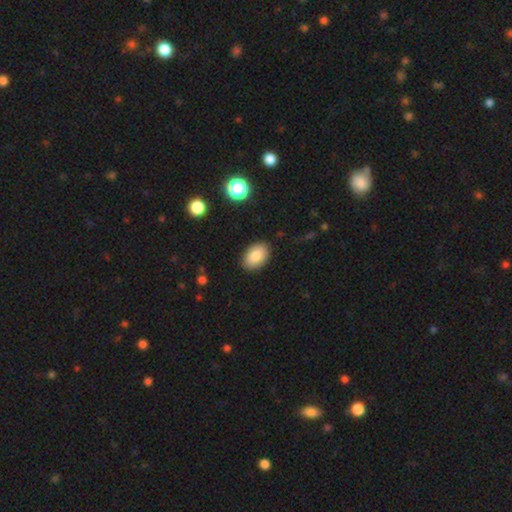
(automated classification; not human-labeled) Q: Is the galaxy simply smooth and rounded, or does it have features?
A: smooth — 85%.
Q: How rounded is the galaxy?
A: in between — 90%.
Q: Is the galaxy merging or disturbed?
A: none — 88%.